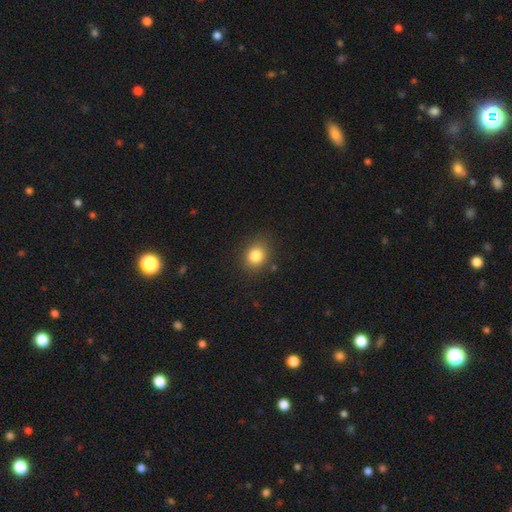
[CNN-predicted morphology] A smooth galaxy with no disk features (83%) that is round (58%). Merging: none (83%).